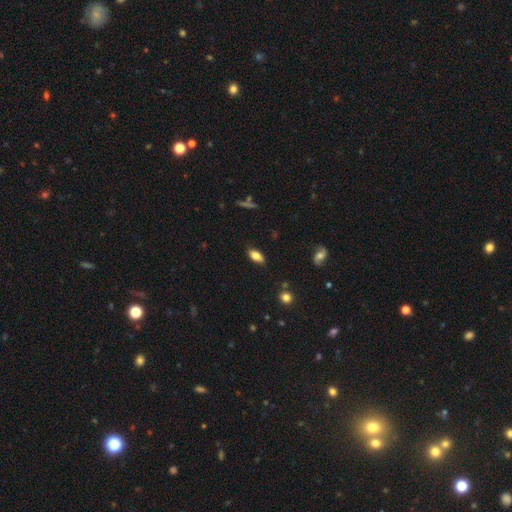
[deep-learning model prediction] This appears to be a smooth galaxy with no disk features (77%) that is in between round and cigar-shaped (87%). Merging: none (84%).